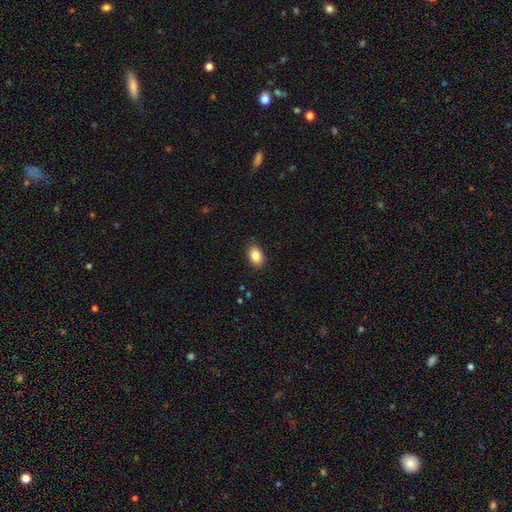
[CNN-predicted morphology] Smooth or featured: smooth — 85% (star or artifact — 8%)
How rounded: in between — 83% (round — 15%)
Merging: none — 88% (minor disturbance — 9%)